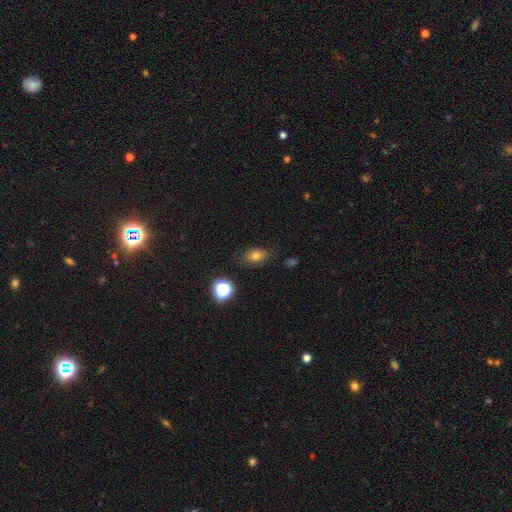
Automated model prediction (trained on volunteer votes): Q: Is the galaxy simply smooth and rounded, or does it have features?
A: smooth — 71%.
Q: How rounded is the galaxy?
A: in between — 80%.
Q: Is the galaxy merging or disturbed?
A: none — 76%.